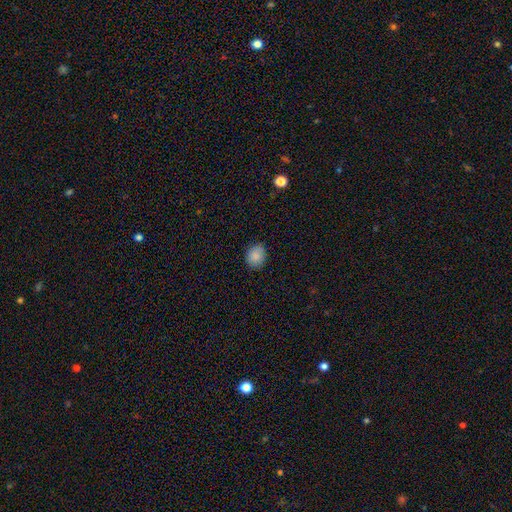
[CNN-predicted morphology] A smooth galaxy with no disk features (87%) that is round (67%). Merging: none (86%).